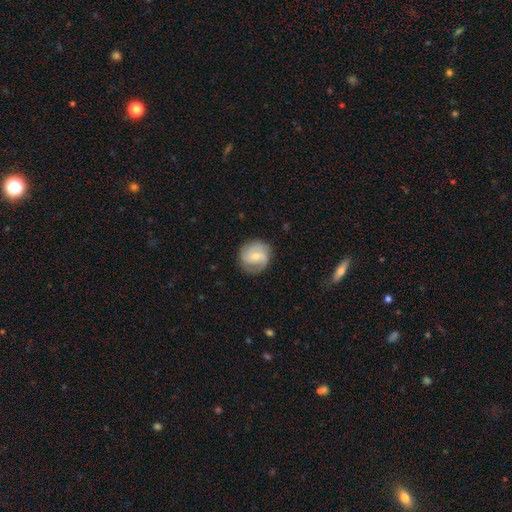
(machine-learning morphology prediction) A featured or disk galaxy (67%) with a weak bar (51%), 2 (58%) medium (46%) spiral arms (92%) and a small central bulge (55%). Merging: none (79%).